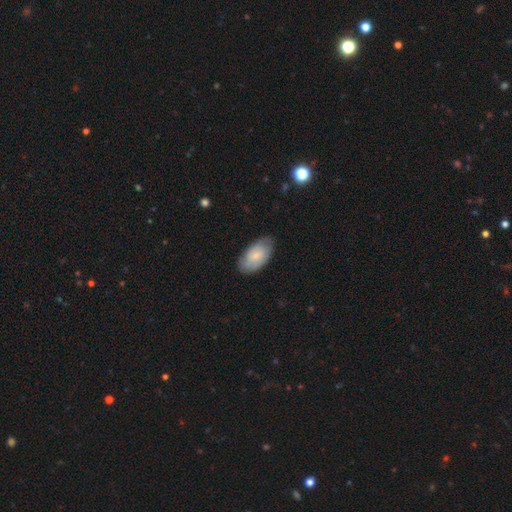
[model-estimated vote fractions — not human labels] Overall: smooth (68%). How rounded: in between (94%). Merging: none (76%).